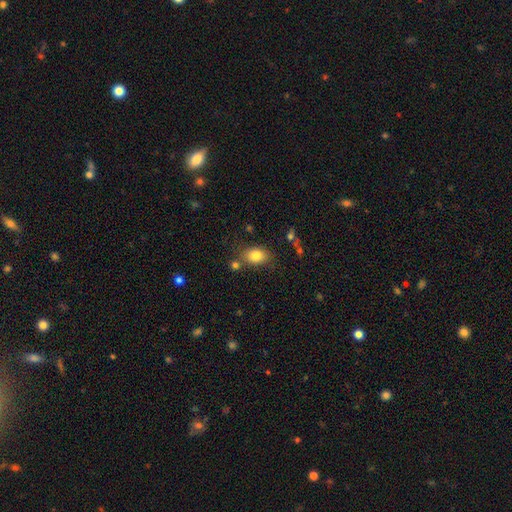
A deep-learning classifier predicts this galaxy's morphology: This appears to be a smooth galaxy with no disk features (82%) that is in between round and cigar-shaped (75%). Merging: none (70%).